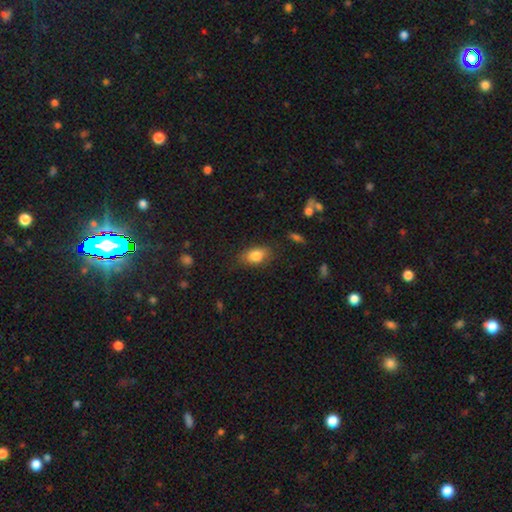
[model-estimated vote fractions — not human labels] Morphology: type=smooth (82%); roundness=in between (87%); merging=none (78%).